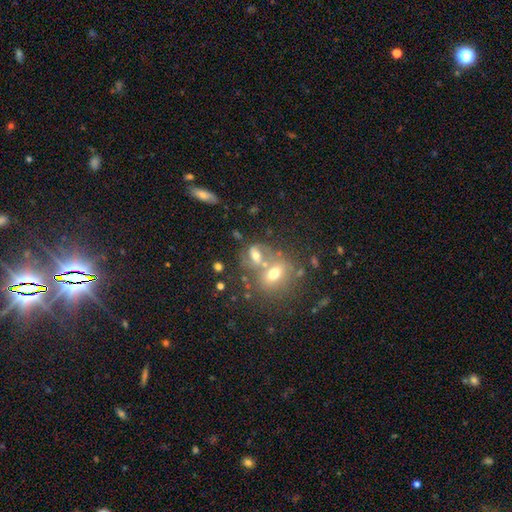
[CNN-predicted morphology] Smooth or featured: smooth — 50% (featured or disk — 33%)
How rounded: in between — 67% (round — 30%)
Merging: merger — 47% (none — 33%)